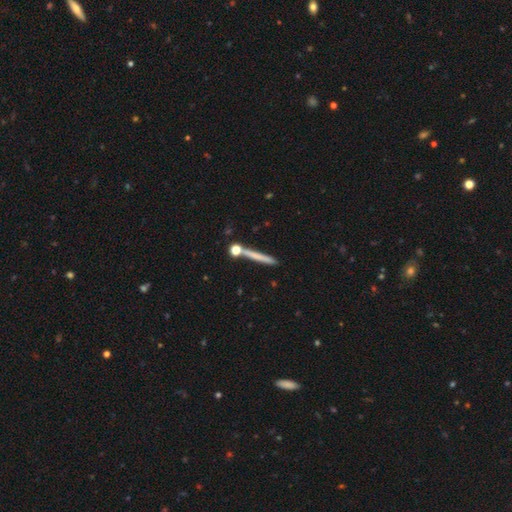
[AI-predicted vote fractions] Smooth or featured: smooth — 62% (featured or disk — 29%)
How rounded: cigar-shaped — 90% (round — 5%)
Merging: none — 79% (minor disturbance — 9%)